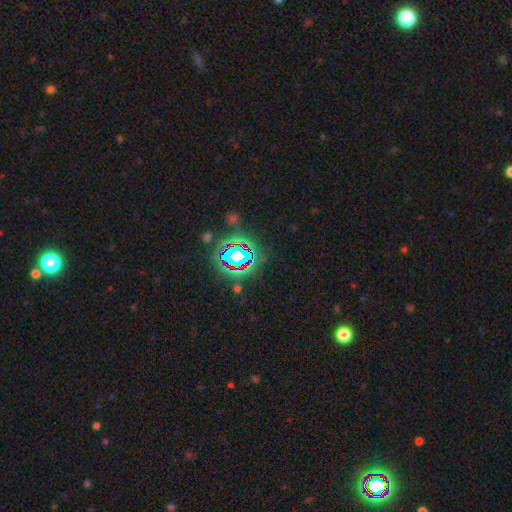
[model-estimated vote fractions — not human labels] The model was most divided on "smooth or featured": star or artifact: 79%, smooth: 12%, featured or disk: 8%.